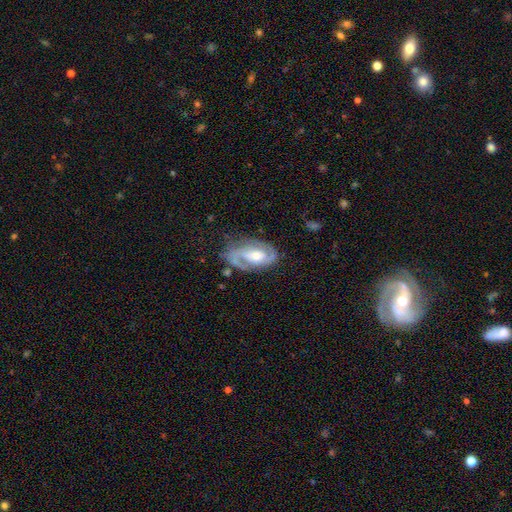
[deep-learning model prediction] featured or disk 83%, smooth 11%, star or artifact 6%. Down the decision tree: edge-on disk — no (96%); bar — no (44%); spiral arms — yes (93%); spiral arm count — 2 (78%); spiral winding — medium (44%); bulge size — moderate (58%); merging — none (64%).